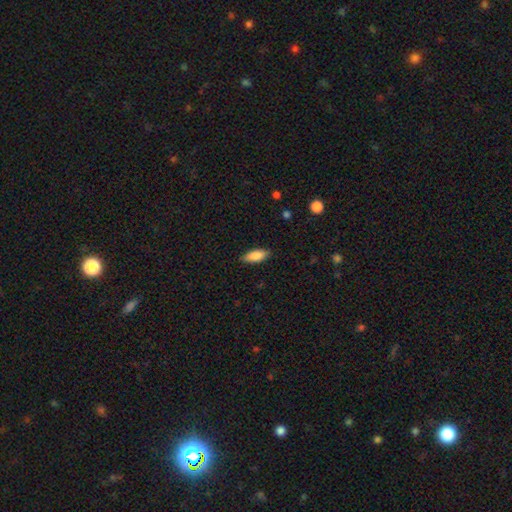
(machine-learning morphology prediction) This is clearly a smooth galaxy (87%). How rounded: likely in between (77%). Merging: clearly none (86%).